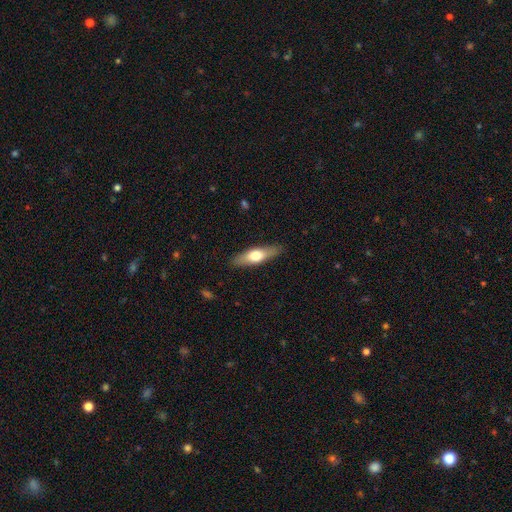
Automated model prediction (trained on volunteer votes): smooth_or_featured: smooth (p=0.55) [alt: featured or disk p=0.40]
how_rounded: cigar-shaped (p=0.61) [alt: in between p=0.37]
merging: none (p=0.87) [alt: minor disturbance p=0.09]